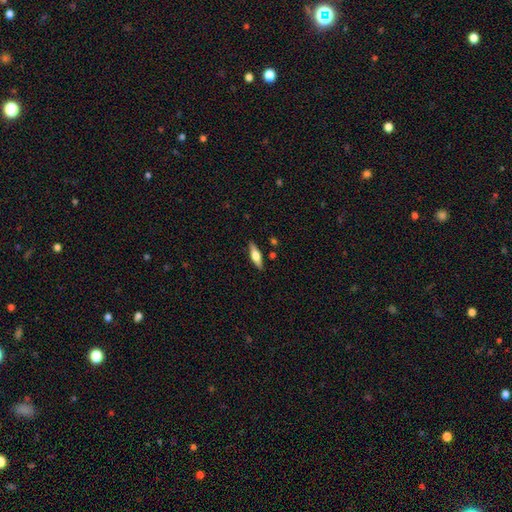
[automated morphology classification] Q: Smooth or featured?
A: featured or disk (47%); tied with: smooth (47%)
Q: Merging?
A: none (87%); runner-up: minor disturbance (9%)